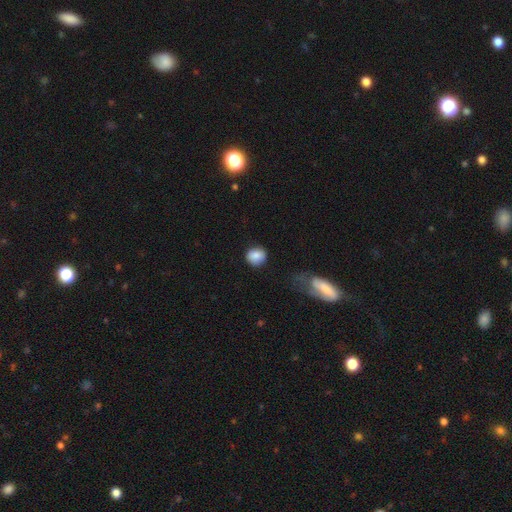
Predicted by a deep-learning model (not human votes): A smooth galaxy with no disk features (85%) that is round (82%). Merging: none (83%).